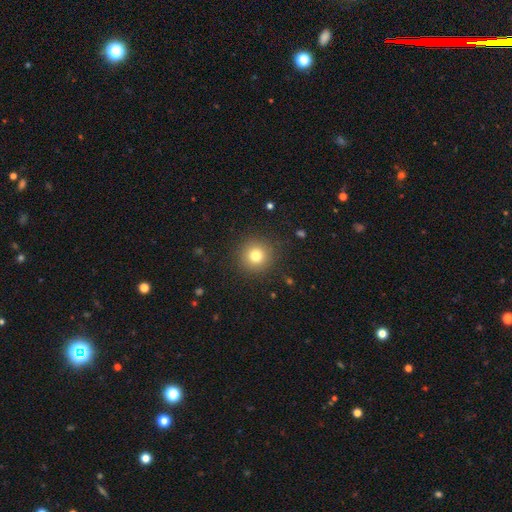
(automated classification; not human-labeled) Smooth or featured: smooth — 78% (star or artifact — 13%)
How rounded: round — 95% (in between — 5%)
Merging: none — 90% (minor disturbance — 6%)